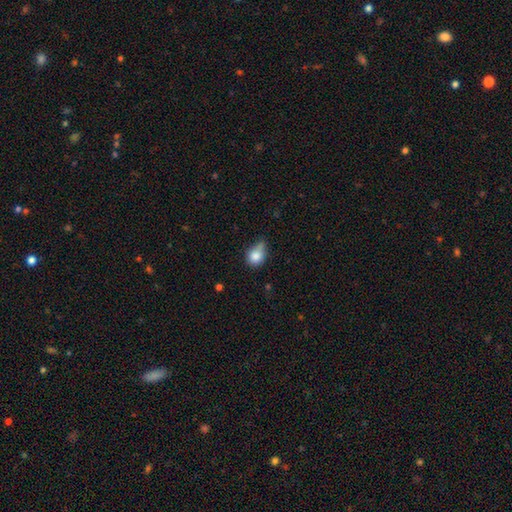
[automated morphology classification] A smooth galaxy with no disk features (81%) that is round (57%). Merging: minor disturbance (44%).